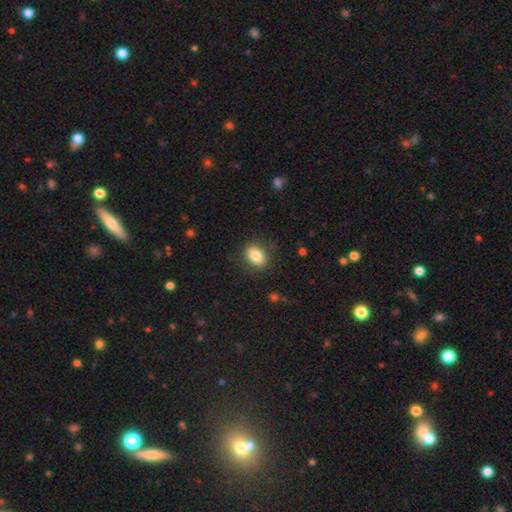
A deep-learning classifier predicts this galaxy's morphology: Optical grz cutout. It shows a smooth galaxy with no disk features (83%) that is in between round and cigar-shaped (71%). Merging: none (85%).